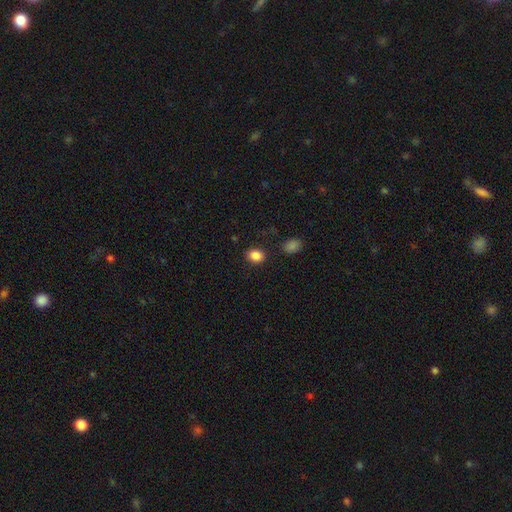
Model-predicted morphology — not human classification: Smooth or featured: smooth — 86% (star or artifact — 10%)
How rounded: in between — 51% (round — 48%)
Merging: none — 85% (minor disturbance — 10%)